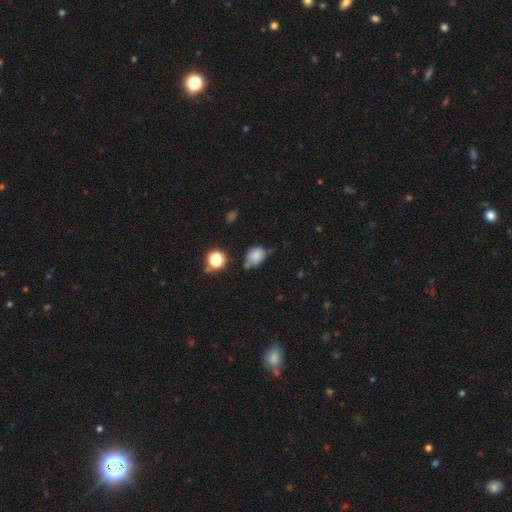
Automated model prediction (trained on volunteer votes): This is clearly a smooth galaxy (80%). How rounded: possibly in between (53%). Merging: possibly none (52%).